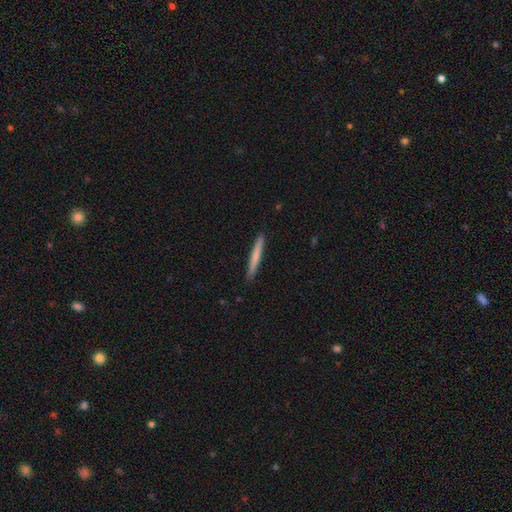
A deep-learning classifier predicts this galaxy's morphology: smooth 69%, featured or disk 26%, star or artifact 5%. Down the decision tree: how rounded — cigar-shaped (97%); merging — none (92%).